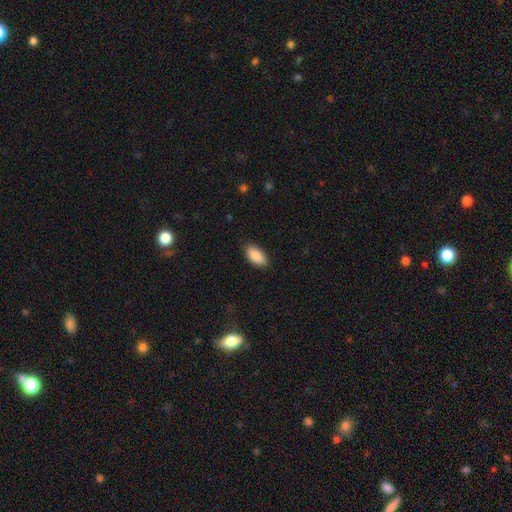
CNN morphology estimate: Smooth or featured? Predicted: smooth (p=0.88). How rounded? Predicted: in between (p=0.93). Merging? Predicted: none (p=0.86).